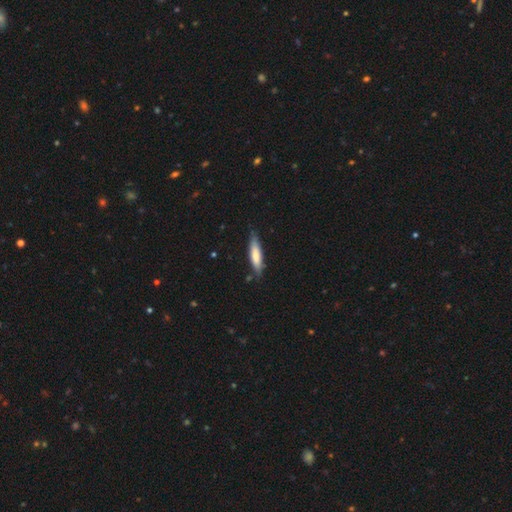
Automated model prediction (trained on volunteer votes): Q: Smooth or featured?
A: smooth (73%); runner-up: featured or disk (22%)
Q: How rounded?
A: cigar-shaped (75%); runner-up: in between (23%)
Q: Merging?
A: none (80%); runner-up: minor disturbance (15%)